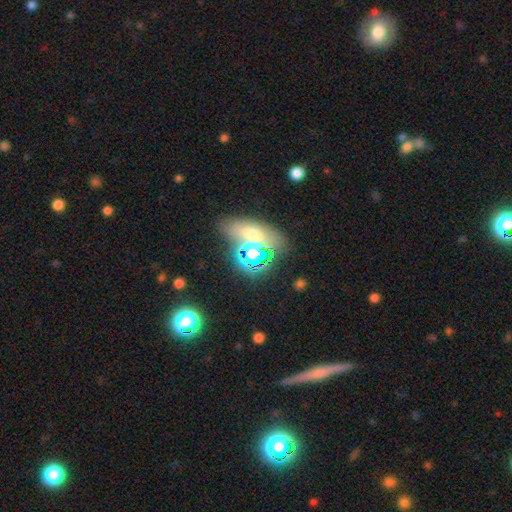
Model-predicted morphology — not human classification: Smooth or featured? Predicted: smooth (p=0.43). Merging? Predicted: none (p=0.60).